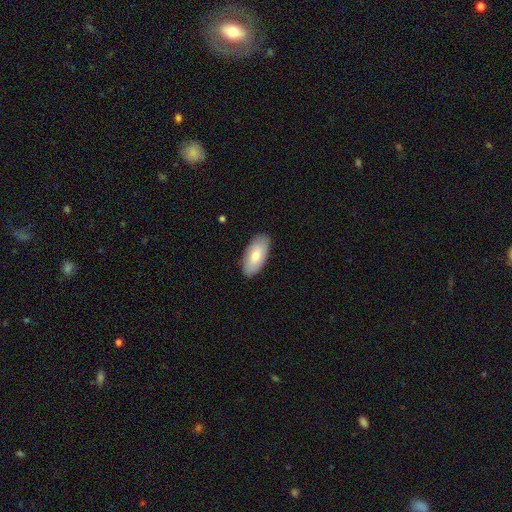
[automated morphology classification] A smooth galaxy with no disk features (76%) that is in between round and cigar-shaped (93%).

Vote fractions:
- Smooth or featured? smooth: 76% / featured or disk: 19% / star or artifact: 6%
- How rounded? in between: 93% / cigar-shaped: 5% / round: 2%
- Merging? none: 87% / minor disturbance: 11% / major disturbance: 2% / merger: 1%